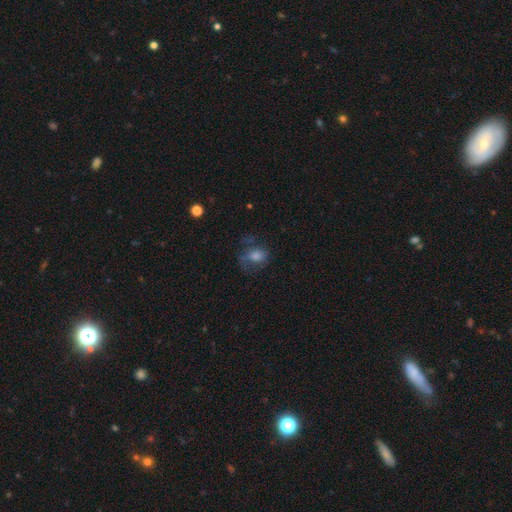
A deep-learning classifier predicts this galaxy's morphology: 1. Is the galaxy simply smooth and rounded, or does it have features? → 54% smooth, 30% featured or disk, 16% star or artifact.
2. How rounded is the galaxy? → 51% in between, 48% round, 1% cigar-shaped.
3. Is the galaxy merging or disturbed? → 46% none, 30% major disturbance, 22% minor disturbance, 2% merger.